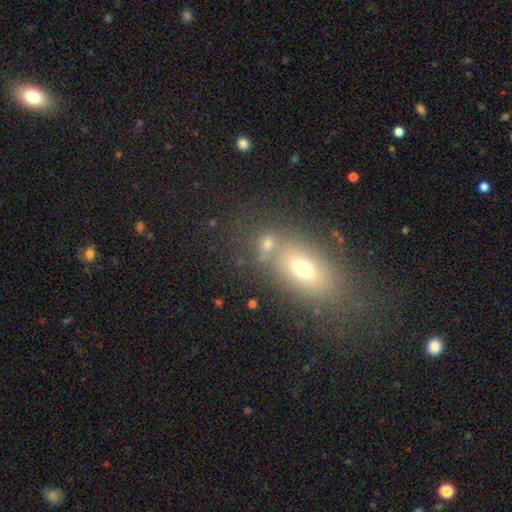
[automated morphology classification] A smooth galaxy with no disk features (57%) that is in between round and cigar-shaped (70%).

Vote fractions:
- Smooth or featured? smooth: 57% / star or artifact: 22% / featured or disk: 21%
- How rounded? in between: 70% / round: 21% / cigar-shaped: 9%
- Merging? none: 56% / merger: 25% / minor disturbance: 12% / major disturbance: 7%